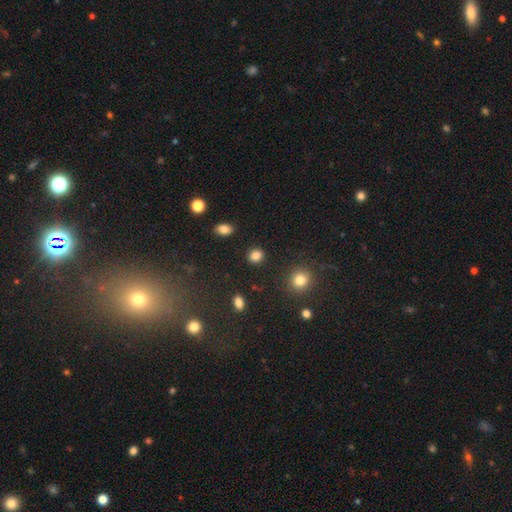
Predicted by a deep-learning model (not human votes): Smooth or featured?
  - smooth: 84% *
  - star or artifact: 11%
  - featured or disk: 5%
How rounded?
  - round: 75% *
  - in between: 24%
  - cigar-shaped: 1%
Merging?
  - none: 89% *
  - minor disturbance: 7%
  - major disturbance: 2%
  - merger: 2%